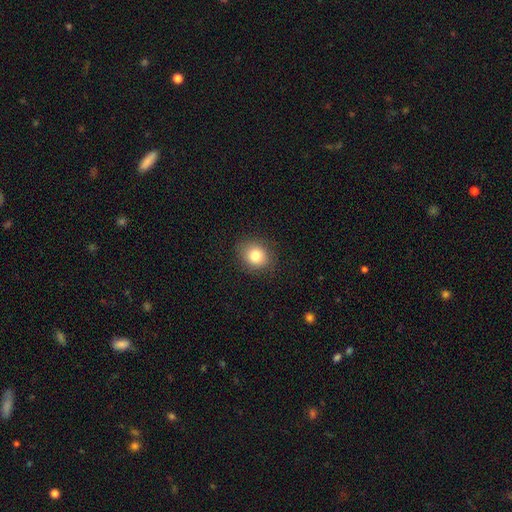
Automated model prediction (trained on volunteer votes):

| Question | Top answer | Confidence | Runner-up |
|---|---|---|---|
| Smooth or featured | smooth | 81% | star or artifact (11%) |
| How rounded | round | 67% | in between (33%) |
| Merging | none | 88% | minor disturbance (9%) |